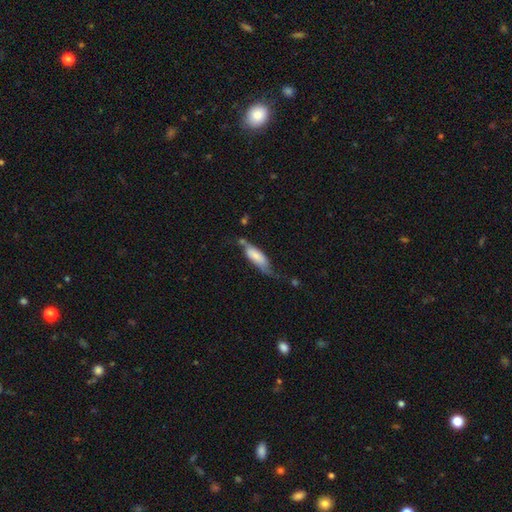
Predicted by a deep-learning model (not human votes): This is possibly a smooth galaxy (59%). How rounded: possibly in between (56%). Merging: marginally none (36%).